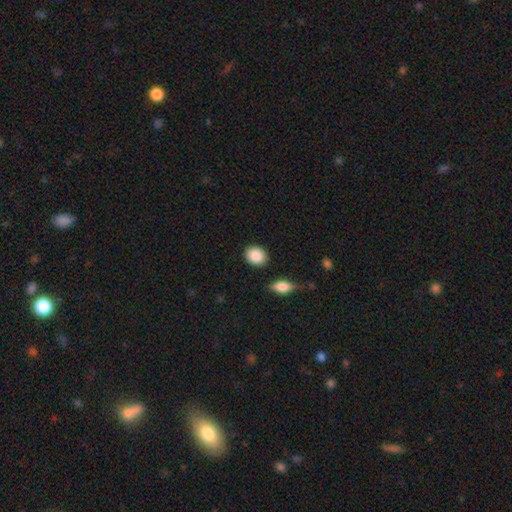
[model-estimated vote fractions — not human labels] smooth 89%, star or artifact 7%, featured or disk 4%. Down the decision tree: how rounded — round (61%); merging — none (86%).